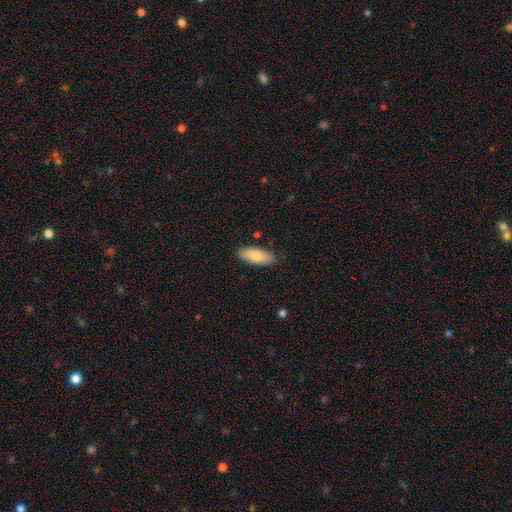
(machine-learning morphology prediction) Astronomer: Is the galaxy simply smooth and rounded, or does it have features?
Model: smooth — 81%.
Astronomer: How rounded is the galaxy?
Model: in between — 81%.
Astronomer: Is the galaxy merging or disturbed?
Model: none — 84%.